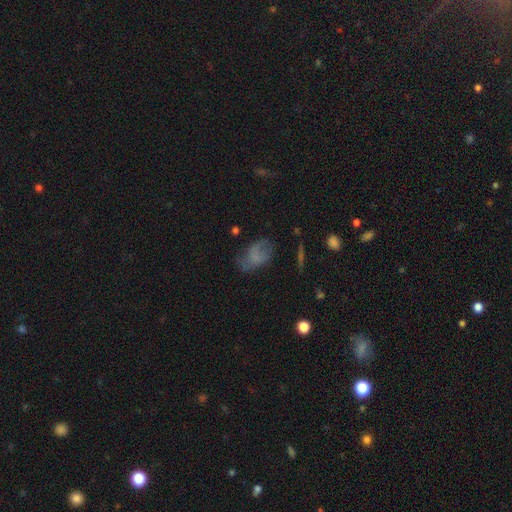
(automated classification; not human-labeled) This is possibly a smooth galaxy (58%). How rounded: clearly in between (86%). Merging: possibly none (47%).